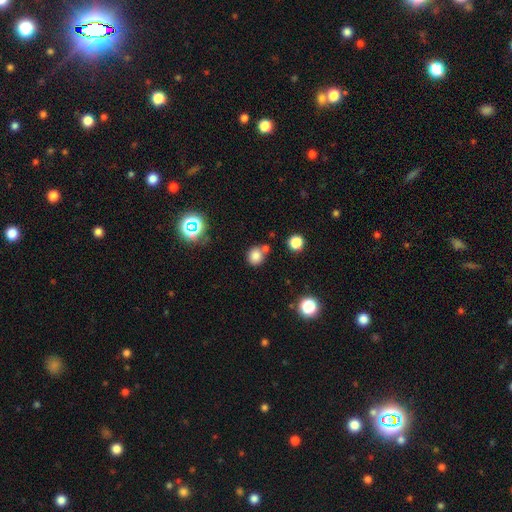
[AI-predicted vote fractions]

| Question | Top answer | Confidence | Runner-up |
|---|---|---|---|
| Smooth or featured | smooth | 79% | star or artifact (15%) |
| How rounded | round | 83% | in between (16%) |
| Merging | none | 66% | merger (19%) |